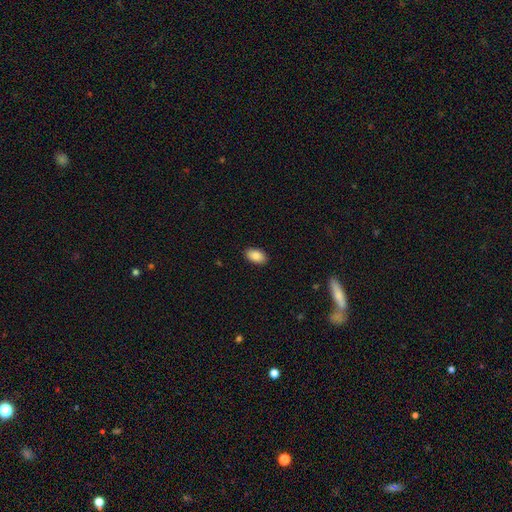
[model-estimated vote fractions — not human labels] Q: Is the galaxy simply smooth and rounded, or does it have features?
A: smooth — 89%.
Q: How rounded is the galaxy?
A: in between — 93%.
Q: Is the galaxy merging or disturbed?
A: none — 89%.